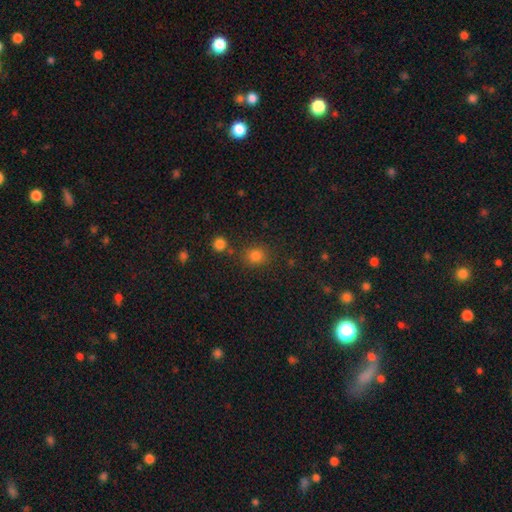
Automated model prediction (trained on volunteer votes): Smooth or featured: smooth — 80% (star or artifact — 16%)
How rounded: round — 78% (in between — 21%)
Merging: none — 81% (minor disturbance — 9%)